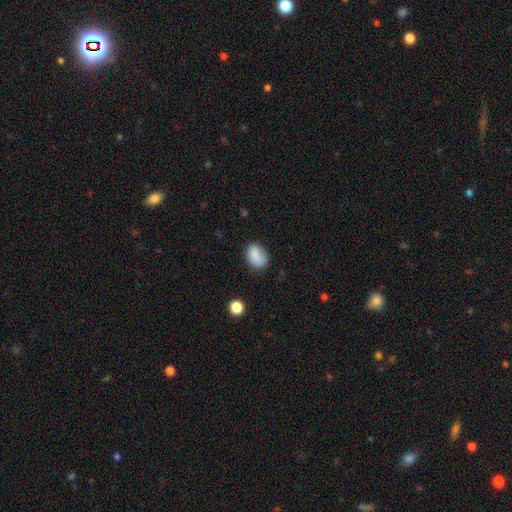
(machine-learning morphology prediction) smooth_or_featured: smooth (p=0.82) [alt: star or artifact p=0.09]
how_rounded: in between (p=0.71) [alt: round p=0.28]
merging: none (p=0.67) [alt: minor disturbance p=0.22]